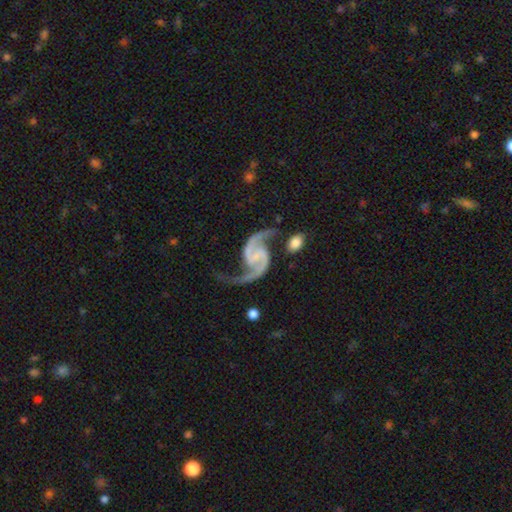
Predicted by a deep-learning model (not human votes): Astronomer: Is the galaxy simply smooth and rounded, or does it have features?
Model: featured or disk — 94%.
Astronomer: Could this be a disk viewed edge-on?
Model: no — 98%.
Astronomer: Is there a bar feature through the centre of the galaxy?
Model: weak — 40%, tied with no at 40%.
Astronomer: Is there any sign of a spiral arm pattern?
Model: yes — 98%.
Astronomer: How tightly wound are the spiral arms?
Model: loose — 63%.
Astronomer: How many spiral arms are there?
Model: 2 — 95%.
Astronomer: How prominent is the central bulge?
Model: none — 54% (runner-up: small, 32%).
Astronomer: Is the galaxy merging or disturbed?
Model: none — 67%.